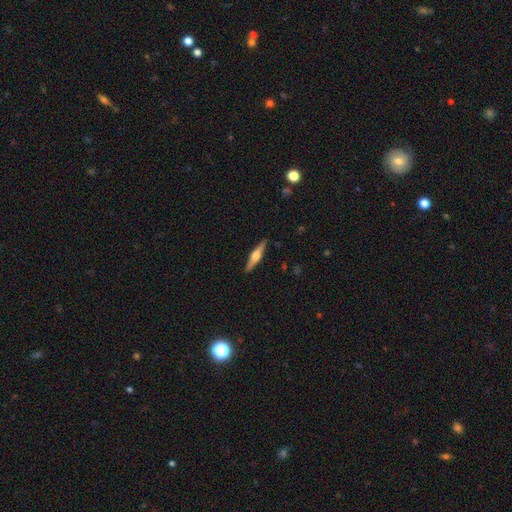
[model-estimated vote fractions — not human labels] smooth-or-featured: featured or disk: 70% | smooth: 24% | star or artifact: 5%
  disk-edge-on: yes: 98% | no: 2%
    edge-on-bulge: rounded: 92% | boxy: 5% | none: 2%
  merging: none: 91% | minor disturbance: 6% | major disturbance: 1% | merger: 1%